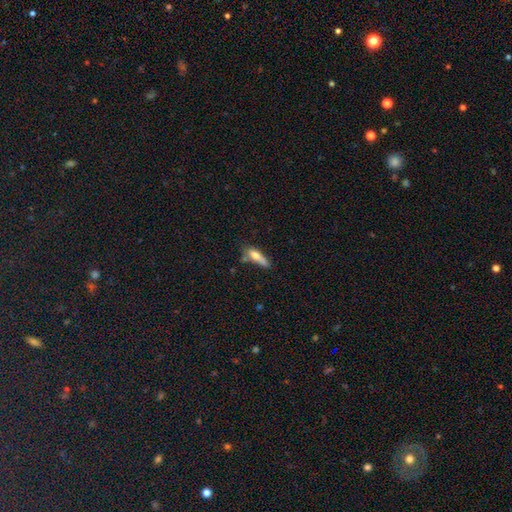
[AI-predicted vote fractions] Smooth or featured?
  - smooth: 67% *
  - featured or disk: 25%
  - star or artifact: 8%
How rounded?
  - cigar-shaped: 58% *
  - in between: 39%
  - round: 3%
Merging?
  - none: 45% *
  - minor disturbance: 29%
  - merger: 14%
  - major disturbance: 12%